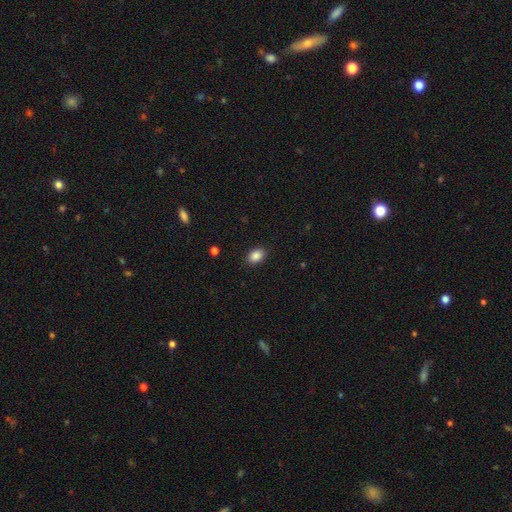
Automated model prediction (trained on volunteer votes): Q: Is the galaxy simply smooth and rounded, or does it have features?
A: smooth — 88%.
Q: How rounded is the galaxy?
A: in between — 78%.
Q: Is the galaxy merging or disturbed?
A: none — 88%.